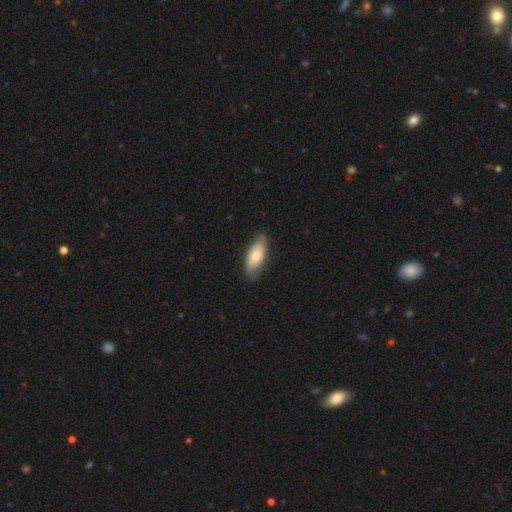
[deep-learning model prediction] A smooth galaxy with no disk features (70%) that is in between round and cigar-shaped (79%). Merging: none (76%).